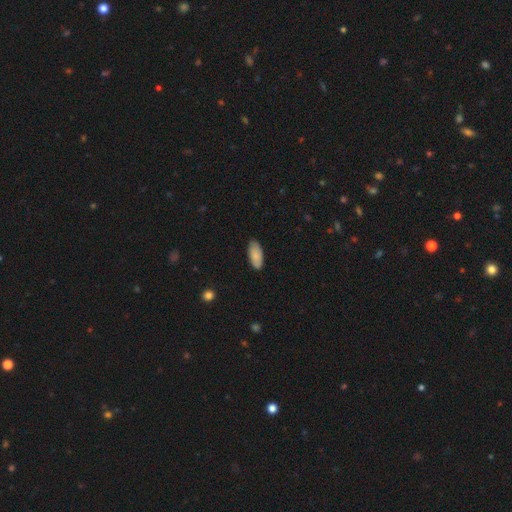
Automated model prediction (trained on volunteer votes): Q: Smooth or featured?
A: smooth (85%); runner-up: featured or disk (9%)
Q: How rounded?
A: in between (89%); runner-up: cigar-shaped (9%)
Q: Merging?
A: none (83%); runner-up: minor disturbance (14%)